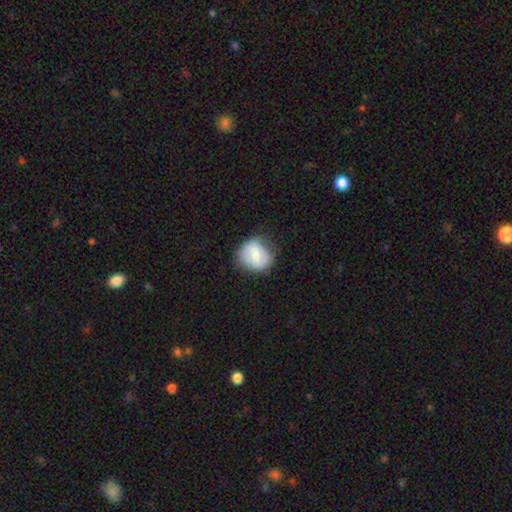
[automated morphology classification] The model was most divided on "how rounded": round: 67%, in between: 33%, cigar-shaped: 1%. More confident: smooth or featured — smooth (65%); merging — none (63%).